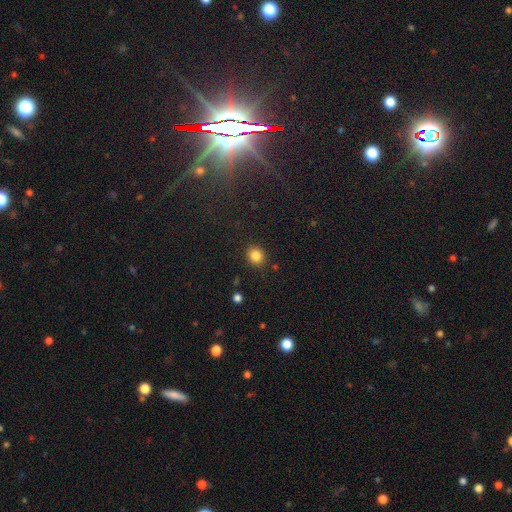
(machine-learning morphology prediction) Smooth or featured: smooth — 84% (star or artifact — 11%)
How rounded: round — 73% (in between — 26%)
Merging: none — 88% (minor disturbance — 8%)